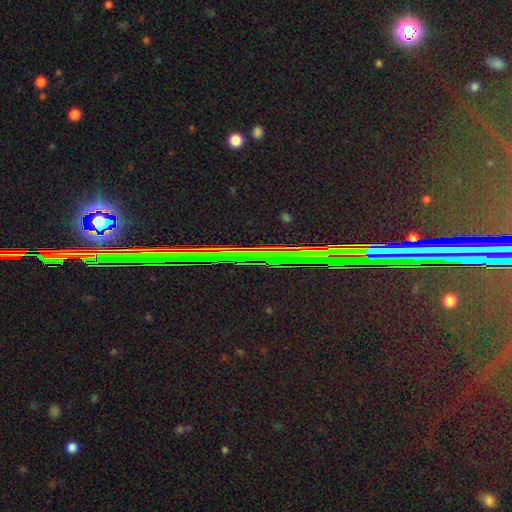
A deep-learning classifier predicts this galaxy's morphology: star or artifact 82%, featured or disk 11%, smooth 7%.